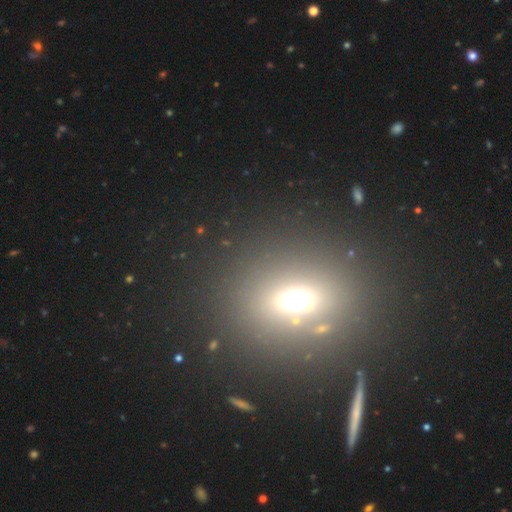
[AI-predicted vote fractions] Smooth or featured? smooth (44%)
Merging? none (84%)